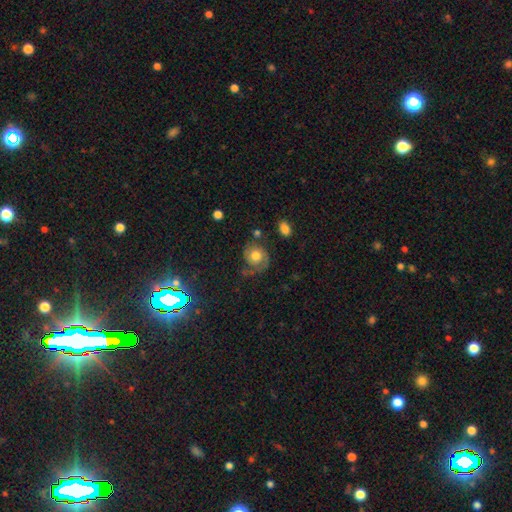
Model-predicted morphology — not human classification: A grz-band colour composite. It shows a featured or disk galaxy (62%) with no bar (80%), 1 (45%) tight (49%) spiral arms (89%) and a moderate central bulge (61%). Merging: none (58%).